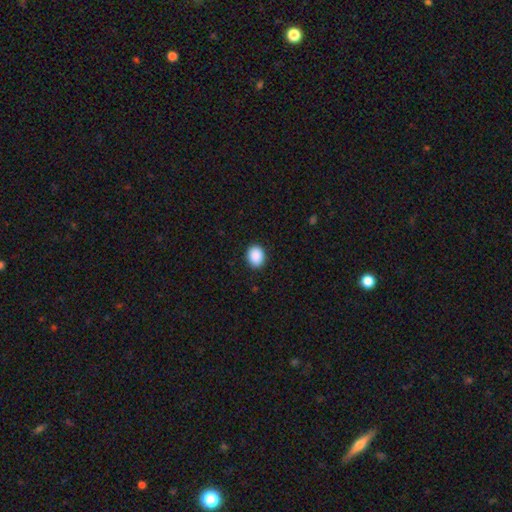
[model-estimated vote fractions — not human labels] Smooth or featured? smooth (90%)
How rounded? in between (53%)
Merging? none (90%)